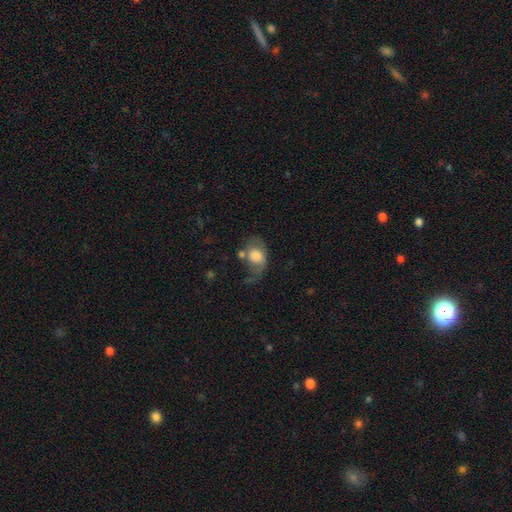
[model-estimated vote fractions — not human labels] Smooth or featured: smooth — 56% (featured or disk — 36%)
How rounded: in between — 73% (round — 25%)
Merging: major disturbance — 34% (none — 28%)